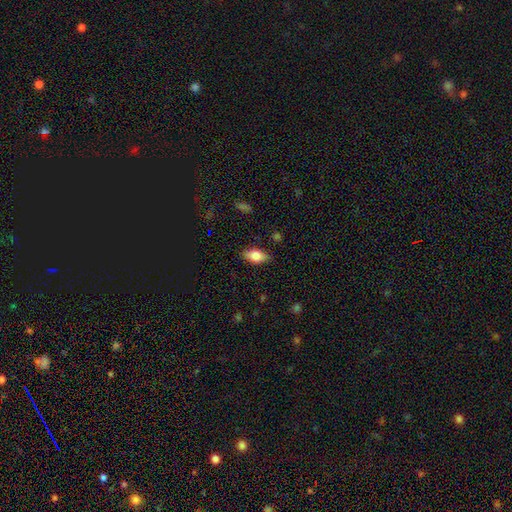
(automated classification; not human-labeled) This appears to be a smooth galaxy with no disk features (73%) that is in between round and cigar-shaped (87%). Merging: none (84%).